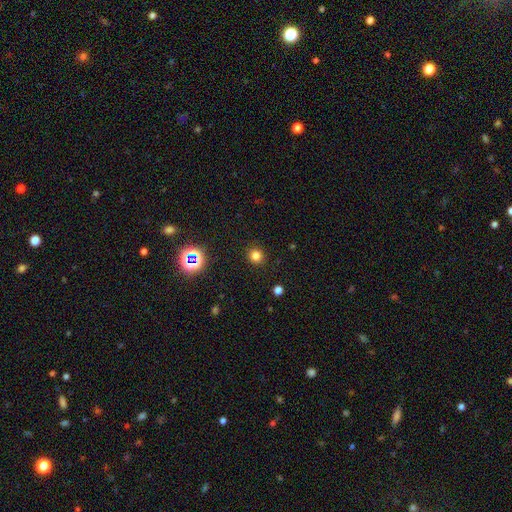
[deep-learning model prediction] smooth 77%, star or artifact 18%, featured or disk 5%. Down the decision tree: how rounded — round (92%); merging — none (91%).